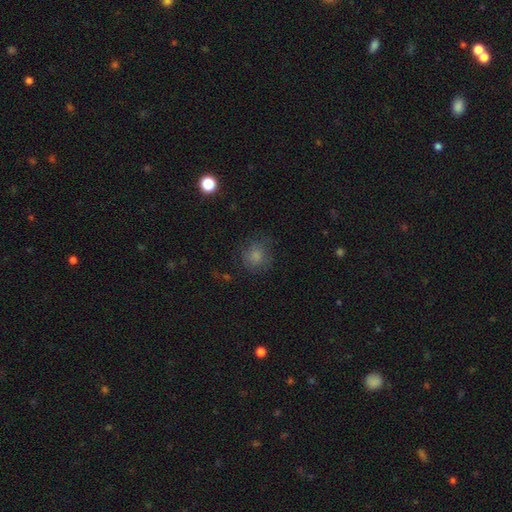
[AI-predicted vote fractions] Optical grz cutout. It shows a smooth galaxy with no disk features (74%) that is round (85%). Merging: none (71%).